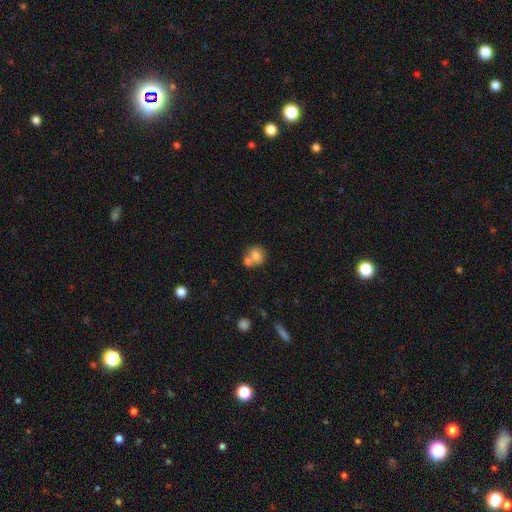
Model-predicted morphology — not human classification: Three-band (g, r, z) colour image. It shows a smooth galaxy with no disk features (78%) that is round (74%). Merging: none (44%).